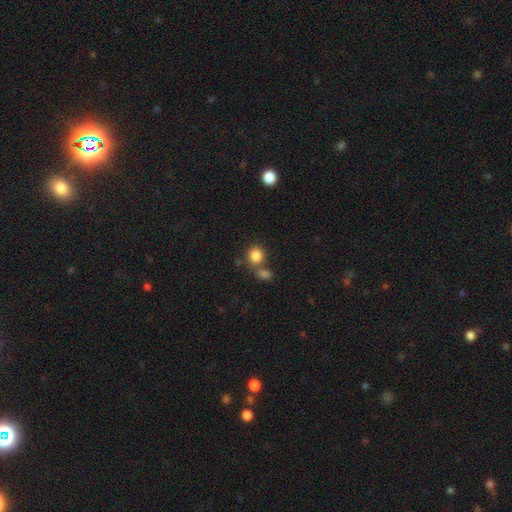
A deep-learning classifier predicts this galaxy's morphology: type=smooth (84%); roundness=round (84%); merging=none (55%).